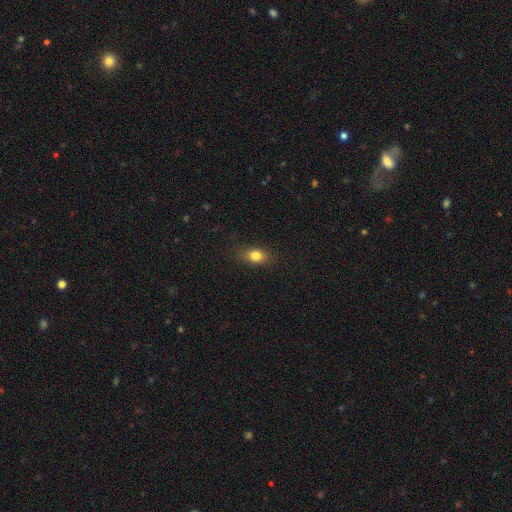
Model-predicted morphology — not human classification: Smooth or featured: smooth — 80% (star or artifact — 11%)
How rounded: in between — 64% (round — 32%)
Merging: none — 81% (minor disturbance — 14%)